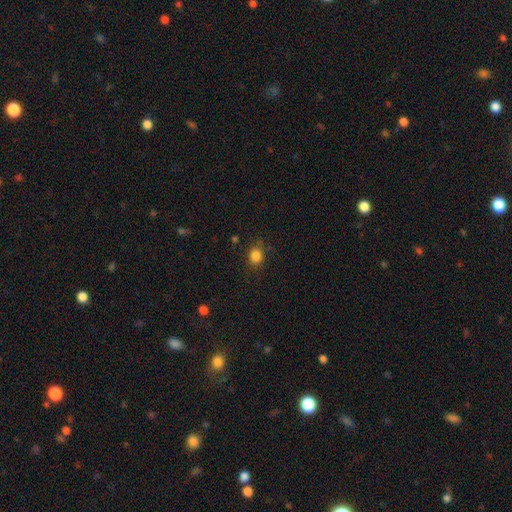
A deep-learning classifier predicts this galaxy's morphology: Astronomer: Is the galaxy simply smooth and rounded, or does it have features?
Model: smooth — 84%.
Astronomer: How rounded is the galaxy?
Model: round — 70%.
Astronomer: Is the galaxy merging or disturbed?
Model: none — 83%.